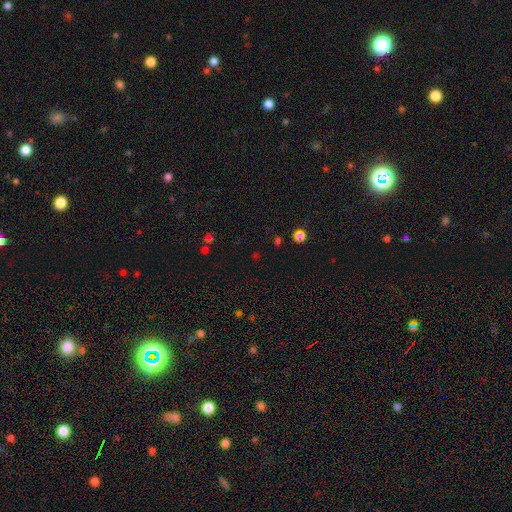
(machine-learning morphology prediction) Q: Smooth or featured?
A: star or artifact (59%); runner-up: smooth (34%)